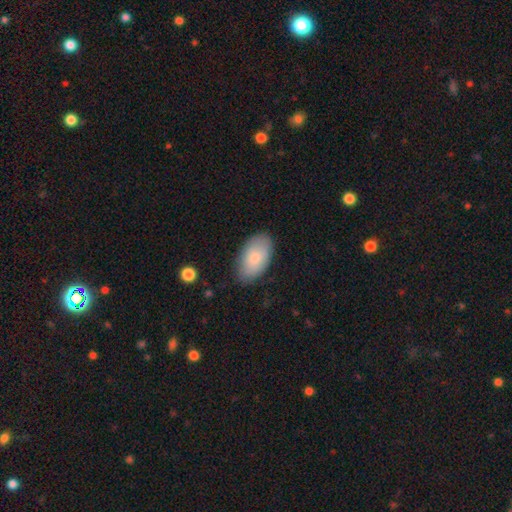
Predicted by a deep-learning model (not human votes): Q: Smooth or featured?
A: smooth (80%); runner-up: featured or disk (14%)
Q: How rounded?
A: in between (95%); runner-up: round (4%)
Q: Merging?
A: none (81%); runner-up: minor disturbance (14%)